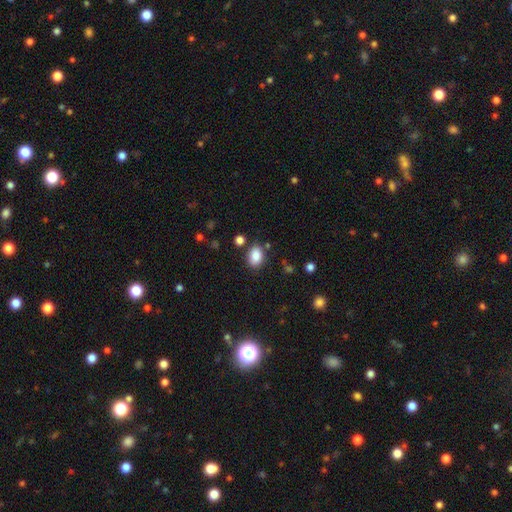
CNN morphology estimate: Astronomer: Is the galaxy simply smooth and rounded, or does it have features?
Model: smooth — 86%.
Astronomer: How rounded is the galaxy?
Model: in between — 74%.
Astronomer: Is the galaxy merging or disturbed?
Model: none — 80%.